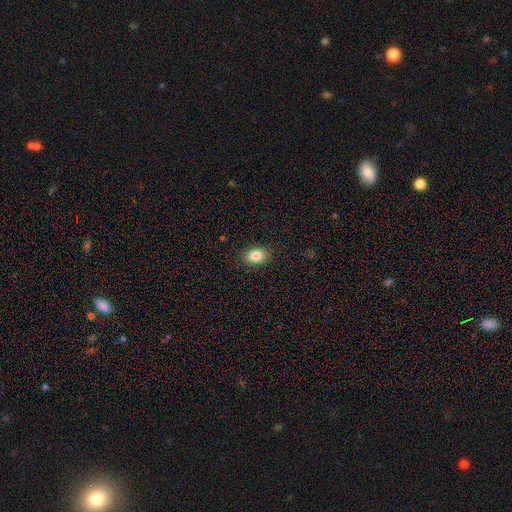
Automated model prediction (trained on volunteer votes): This appears to be a smooth galaxy with no disk features (84%) that is in between round and cigar-shaped (71%). Merging: none (88%).